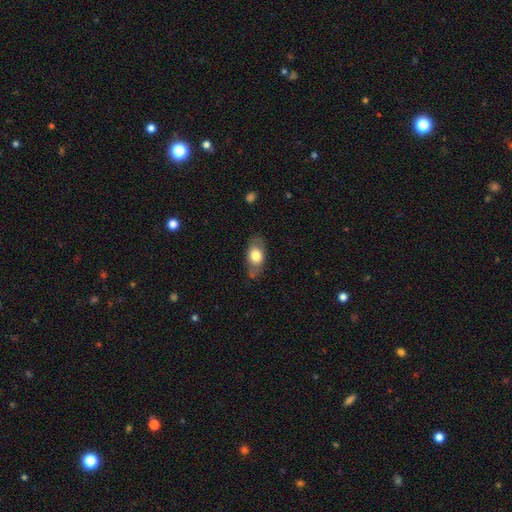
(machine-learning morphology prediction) Smooth or featured?
  - smooth: 67% *
  - featured or disk: 27%
  - star or artifact: 6%
How rounded?
  - in between: 86% *
  - round: 10%
  - cigar-shaped: 4%
Merging?
  - none: 72% *
  - minor disturbance: 20%
  - major disturbance: 6%
  - merger: 2%